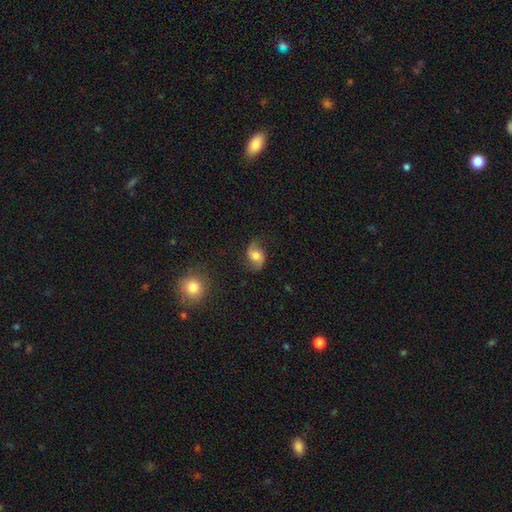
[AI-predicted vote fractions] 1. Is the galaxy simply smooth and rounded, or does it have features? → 58% featured or disk, 33% smooth, 9% star or artifact.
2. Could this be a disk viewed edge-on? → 97% no, 3% yes.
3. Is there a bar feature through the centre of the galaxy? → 56% no, 35% weak, 9% strong.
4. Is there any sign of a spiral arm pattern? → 90% yes, 10% no.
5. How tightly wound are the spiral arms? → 59% loose, 32% medium, 9% tight.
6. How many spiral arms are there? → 91% 2, 4% can't tell, 3% 1, 1% 3, 1% 4, 1% more than 4.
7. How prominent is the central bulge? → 49% moderate, 28% large, 14% small, 6% none, 4% dominant.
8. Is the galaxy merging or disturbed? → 73% none, 18% minor disturbance, 7% major disturbance, 2% merger.